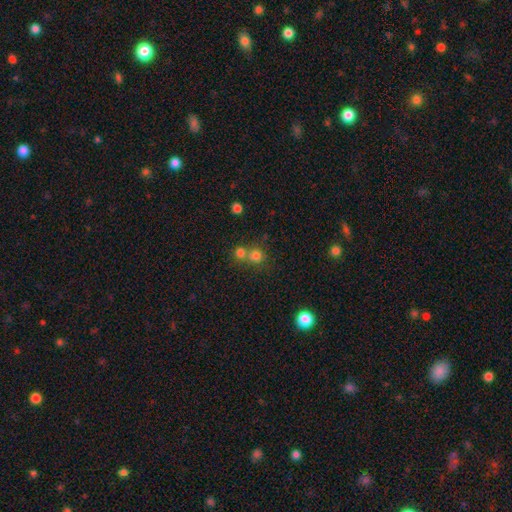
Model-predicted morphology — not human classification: smooth 75%, star or artifact 16%, featured or disk 10%. Down the decision tree: how rounded — round (88%); merging — none (49%).